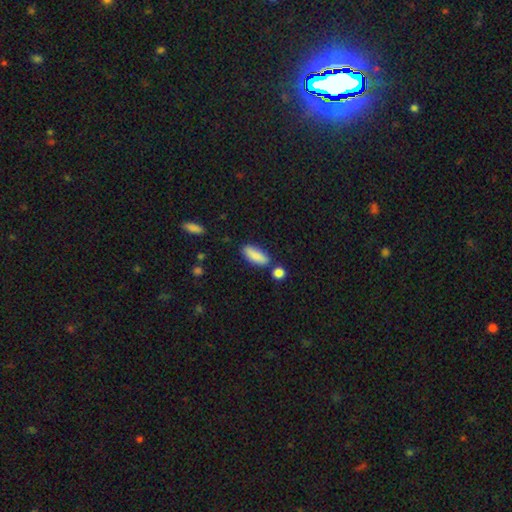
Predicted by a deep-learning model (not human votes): Q: Smooth or featured?
A: smooth (86%); runner-up: featured or disk (7%)
Q: How rounded?
A: in between (71%); runner-up: cigar-shaped (27%)
Q: Merging?
A: none (72%); runner-up: minor disturbance (15%)